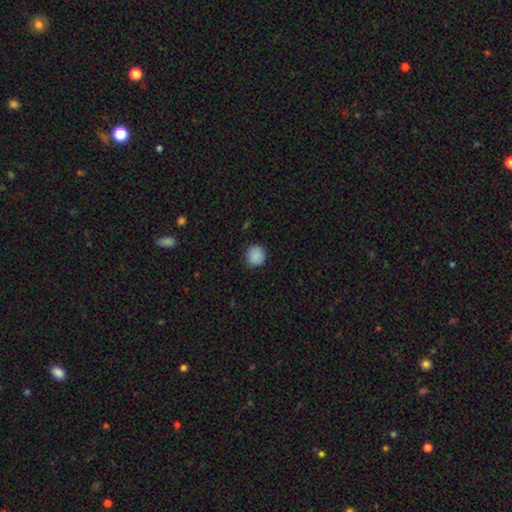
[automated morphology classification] Q: Smooth or featured?
A: smooth (88%); runner-up: star or artifact (9%)
Q: How rounded?
A: round (88%); runner-up: in between (11%)
Q: Merging?
A: none (85%); runner-up: minor disturbance (11%)